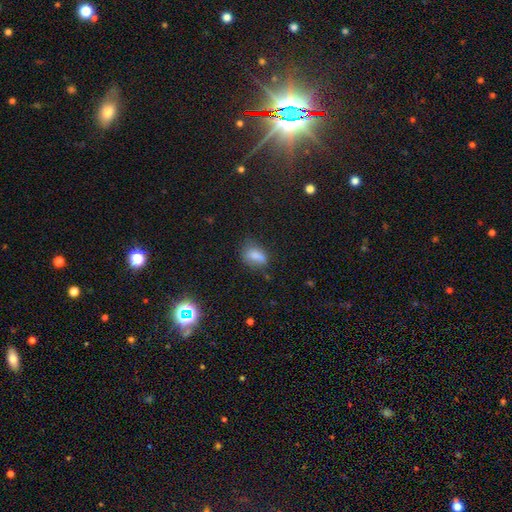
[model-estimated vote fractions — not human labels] Q: Smooth or featured?
A: smooth (77%); runner-up: star or artifact (12%)
Q: How rounded?
A: in between (77%); runner-up: round (17%)
Q: Merging?
A: none (55%); runner-up: minor disturbance (29%)